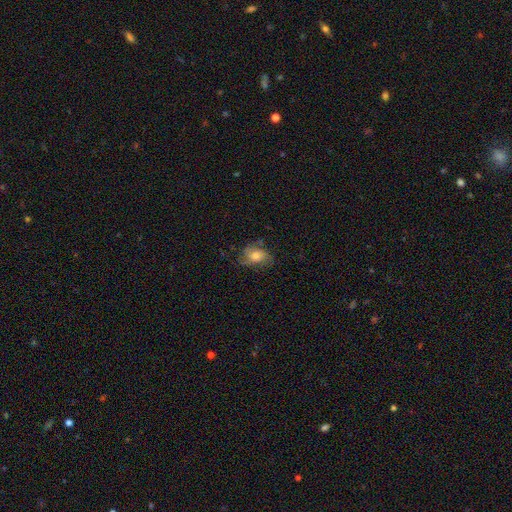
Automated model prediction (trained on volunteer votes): smooth_or_featured: smooth (p=0.49) [alt: featured or disk p=0.41]
merging: none (p=0.57) [alt: minor disturbance p=0.25]